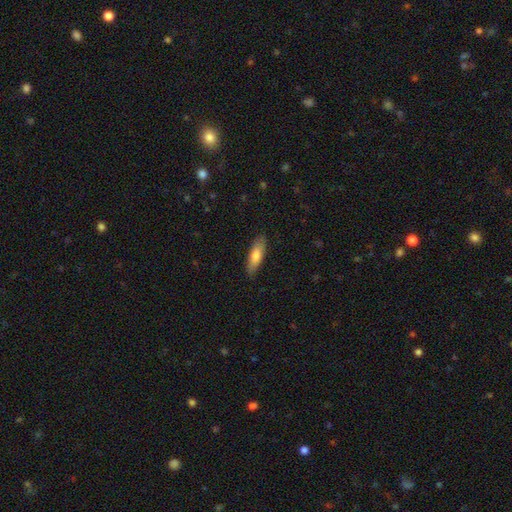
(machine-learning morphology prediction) A smooth galaxy with no disk features (76%) that is in between round and cigar-shaped (50%).

Vote fractions:
- Smooth or featured? smooth: 76% / featured or disk: 18% / star or artifact: 6%
- How rounded? in between: 50% / cigar-shaped: 48% / round: 2%
- Merging? none: 85% / minor disturbance: 12% / major disturbance: 2% / merger: 1%